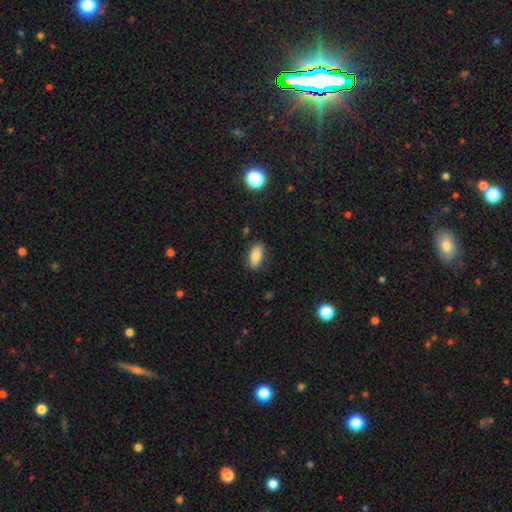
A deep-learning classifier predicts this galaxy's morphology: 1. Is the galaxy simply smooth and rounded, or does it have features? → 82% smooth, 10% featured or disk, 8% star or artifact.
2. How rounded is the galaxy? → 90% in between, 6% cigar-shaped, 4% round.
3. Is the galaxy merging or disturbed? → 82% none, 13% minor disturbance, 3% major disturbance, 2% merger.